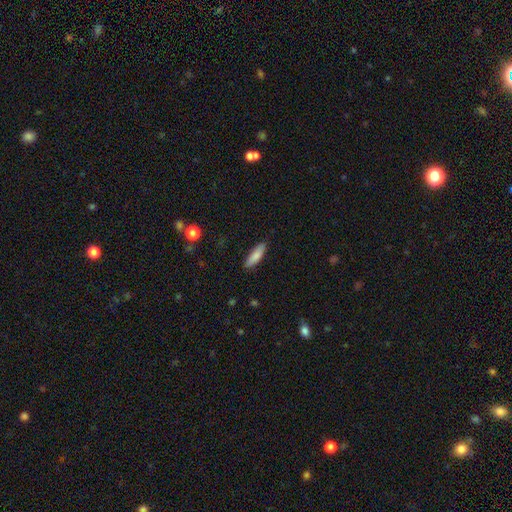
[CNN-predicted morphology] Q: Smooth or featured?
A: smooth (84%); runner-up: featured or disk (10%)
Q: How rounded?
A: cigar-shaped (62%); runner-up: in between (36%)
Q: Merging?
A: none (87%); runner-up: minor disturbance (10%)